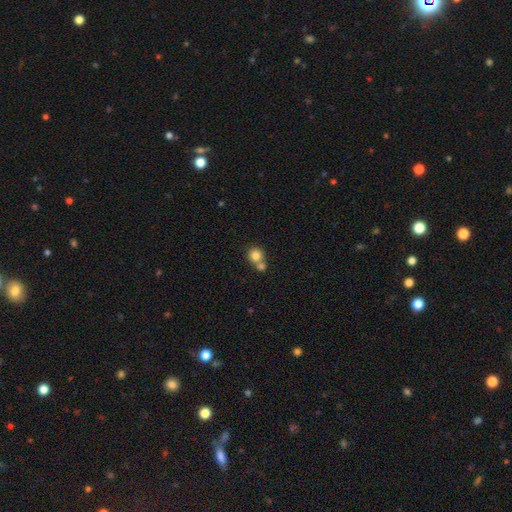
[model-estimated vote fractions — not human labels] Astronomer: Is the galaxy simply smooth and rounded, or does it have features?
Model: smooth — 81%.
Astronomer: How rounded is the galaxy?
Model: round — 86%.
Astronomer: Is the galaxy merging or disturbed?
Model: merger — 47% (runner-up: none, 43%).